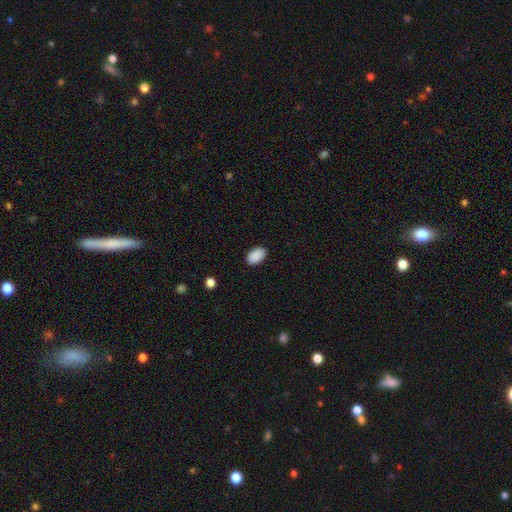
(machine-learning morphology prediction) This appears to be a smooth galaxy with no disk features (91%) that is in between round and cigar-shaped (93%). Merging: none (89%).